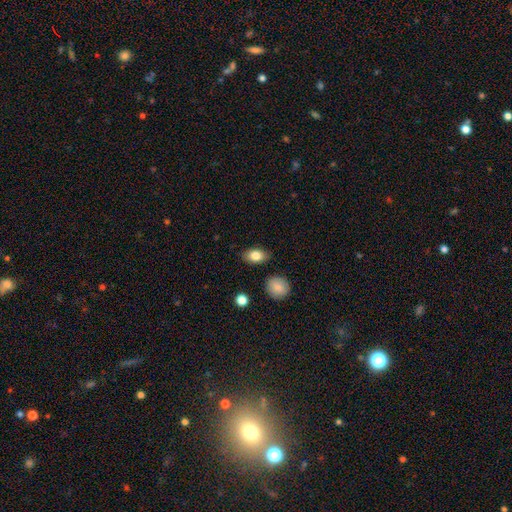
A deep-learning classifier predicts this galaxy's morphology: Q: Smooth or featured?
A: smooth (82%); runner-up: featured or disk (10%)
Q: How rounded?
A: in between (84%); runner-up: round (14%)
Q: Merging?
A: none (85%); runner-up: minor disturbance (10%)